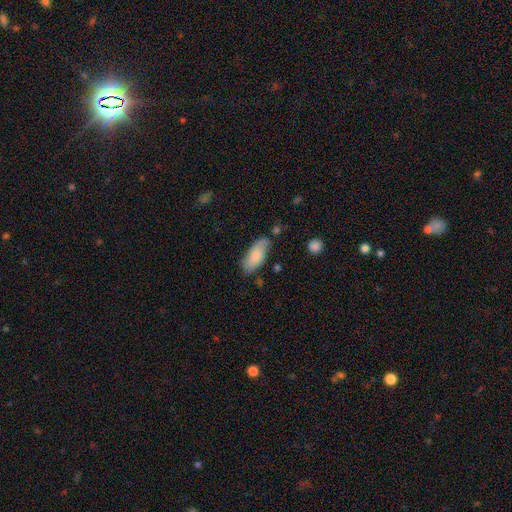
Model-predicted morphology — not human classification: This is clearly a smooth galaxy (82%). How rounded: clearly in between (83%). Merging: likely none (70%).